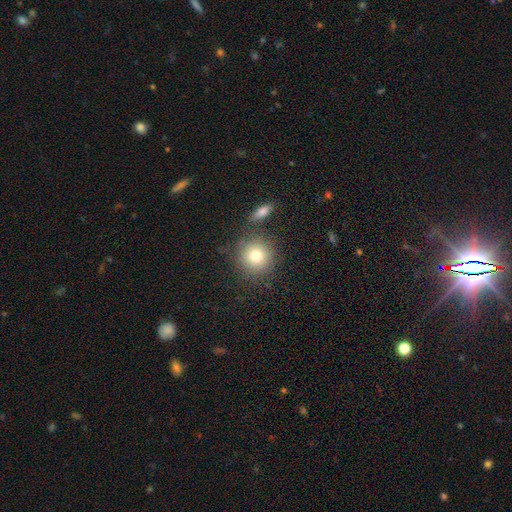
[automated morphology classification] smooth-or-featured: smooth: 79% | featured or disk: 11% | star or artifact: 11%
  how-rounded: round: 93% | in between: 6% | cigar-shaped: 1%
  merging: none: 79% | minor disturbance: 9% | merger: 8% | major disturbance: 4%